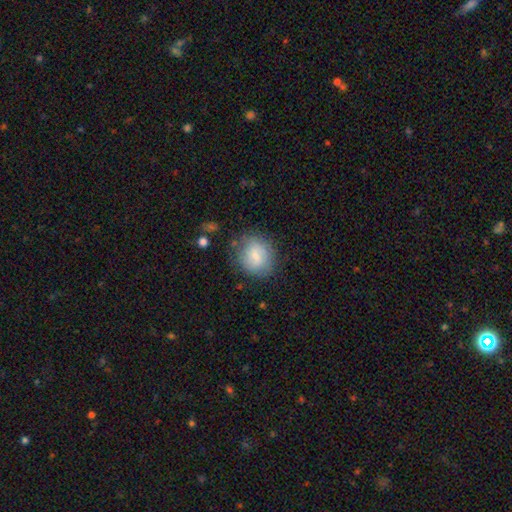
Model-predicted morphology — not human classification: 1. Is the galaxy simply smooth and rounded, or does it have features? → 76% smooth, 17% featured or disk, 8% star or artifact.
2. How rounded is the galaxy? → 74% round, 25% in between, 1% cigar-shaped.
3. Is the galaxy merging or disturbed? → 73% none, 18% minor disturbance, 6% major disturbance, 3% merger.